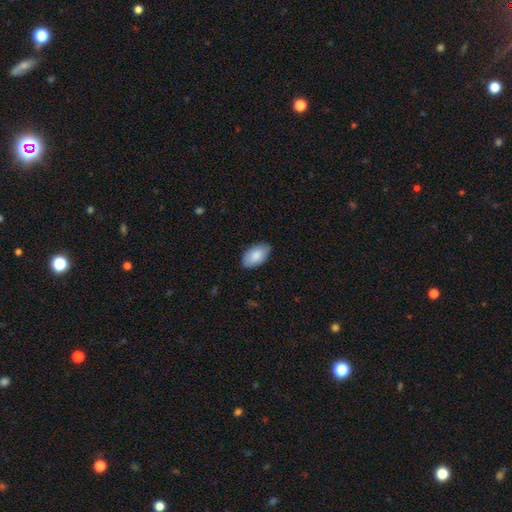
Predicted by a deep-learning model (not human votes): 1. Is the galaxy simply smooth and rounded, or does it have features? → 85% smooth, 9% featured or disk, 6% star or artifact.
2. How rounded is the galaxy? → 95% in between, 4% round, 1% cigar-shaped.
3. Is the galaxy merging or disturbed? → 81% none, 16% minor disturbance, 2% major disturbance, 1% merger.